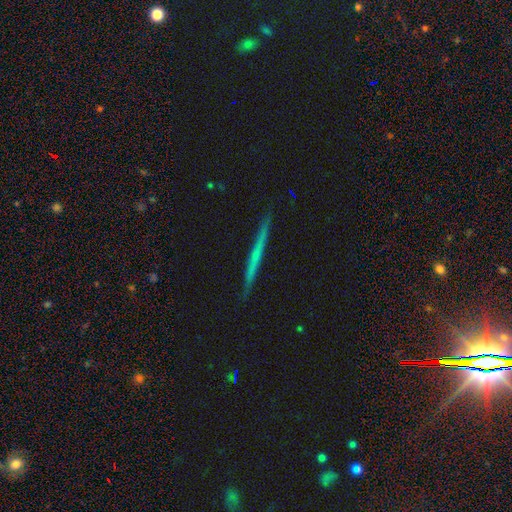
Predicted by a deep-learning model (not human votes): smooth-or-featured: featured or disk: 54% | smooth: 39% | star or artifact: 6%
  disk-edge-on: yes: 97% | no: 3%
    edge-on-bulge: none: 89% | rounded: 8% | boxy: 4%
  merging: none: 92% | minor disturbance: 6% | major disturbance: 1% | merger: 1%